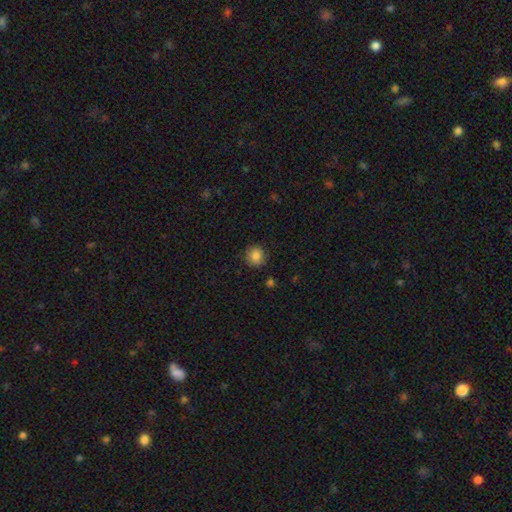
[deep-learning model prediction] Q: Smooth or featured?
A: smooth (86%); runner-up: star or artifact (10%)
Q: How rounded?
A: round (87%); runner-up: in between (12%)
Q: Merging?
A: none (86%); runner-up: minor disturbance (10%)